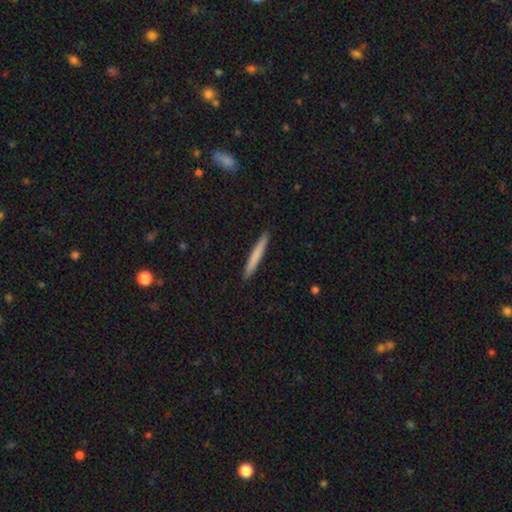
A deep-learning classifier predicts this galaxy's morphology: Q: Smooth or featured?
A: smooth (75%); runner-up: featured or disk (19%)
Q: How rounded?
A: cigar-shaped (96%); runner-up: in between (2%)
Q: Merging?
A: none (92%); runner-up: minor disturbance (5%)